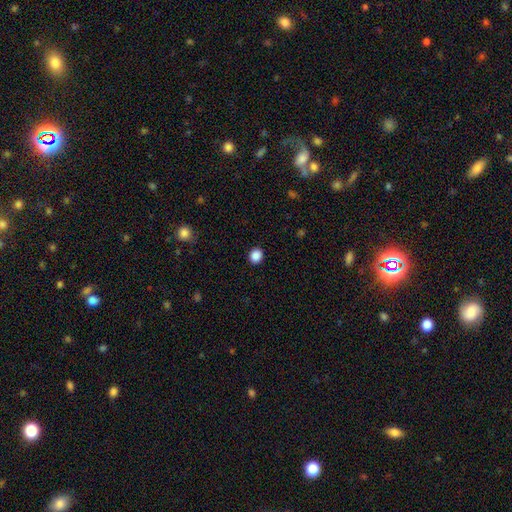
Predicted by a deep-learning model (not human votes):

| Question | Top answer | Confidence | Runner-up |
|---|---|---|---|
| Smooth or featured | smooth | 87% | star or artifact (10%) |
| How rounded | round | 77% | in between (22%) |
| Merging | none | 91% | minor disturbance (6%) |